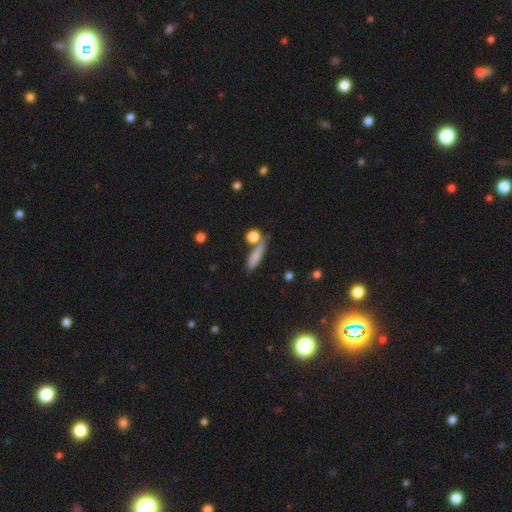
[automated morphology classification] Smooth or featured: smooth — 78% (featured or disk — 13%)
How rounded: cigar-shaped — 63% (in between — 30%)
Merging: none — 64% (merger — 16%)